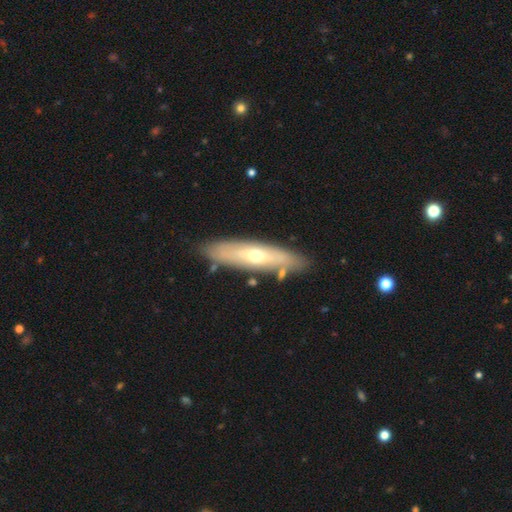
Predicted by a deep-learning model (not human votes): The model was most divided on "smooth or featured": featured or disk: 53%, smooth: 41%, star or artifact: 6%. More confident: merging — none (81%); edge-on disk — yes (57%).